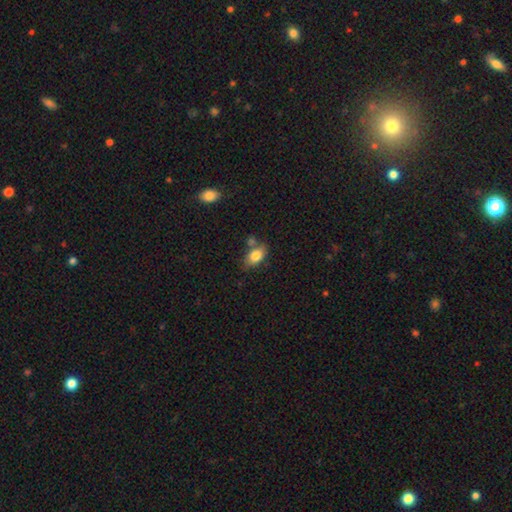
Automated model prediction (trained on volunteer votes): smooth 81%, featured or disk 11%, star or artifact 8%. Down the decision tree: how rounded — in between (86%); merging — none (63%).